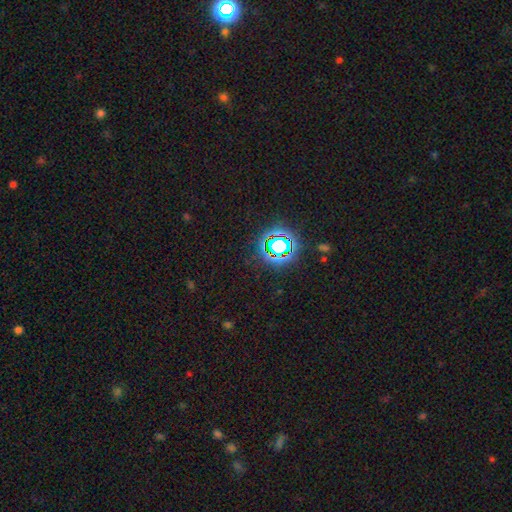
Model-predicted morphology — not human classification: smooth-or-featured: star or artifact: 78% | smooth: 15% | featured or disk: 7%